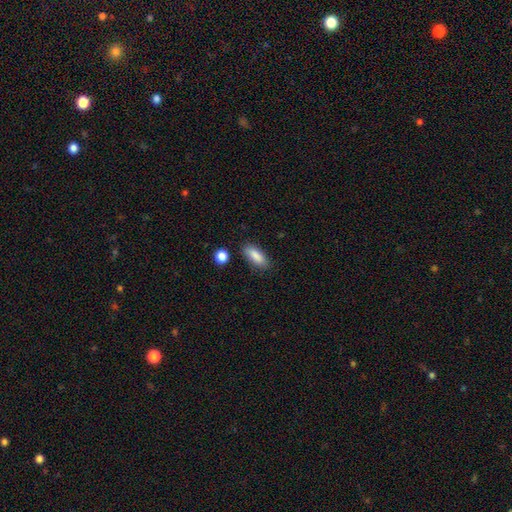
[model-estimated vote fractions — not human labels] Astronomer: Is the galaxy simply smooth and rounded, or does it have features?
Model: smooth — 87%.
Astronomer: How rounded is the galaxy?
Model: in between — 75%.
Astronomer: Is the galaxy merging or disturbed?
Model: none — 81%.